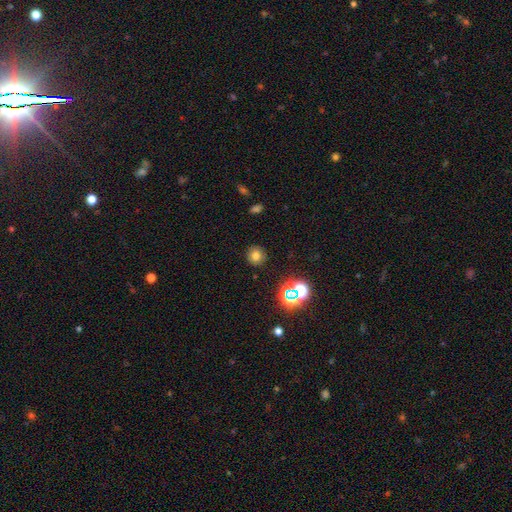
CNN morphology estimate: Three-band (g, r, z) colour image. It shows a smooth galaxy with no disk features (72%) that is round (89%). Merging: none (88%).